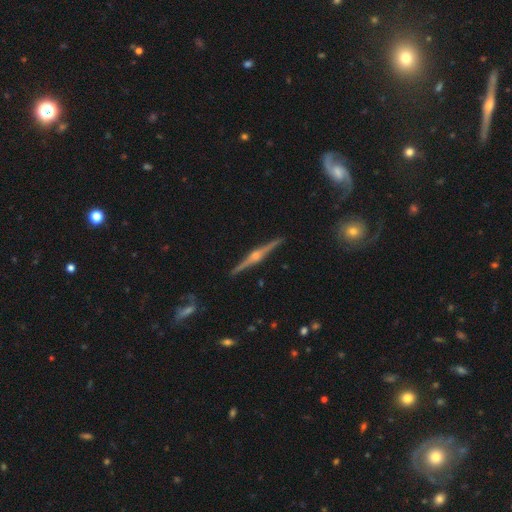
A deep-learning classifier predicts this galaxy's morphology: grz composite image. It shows a featured or disk galaxy (89%) viewed edge-on (98%) with a rounded central bulge (92%). Merging: none (91%).